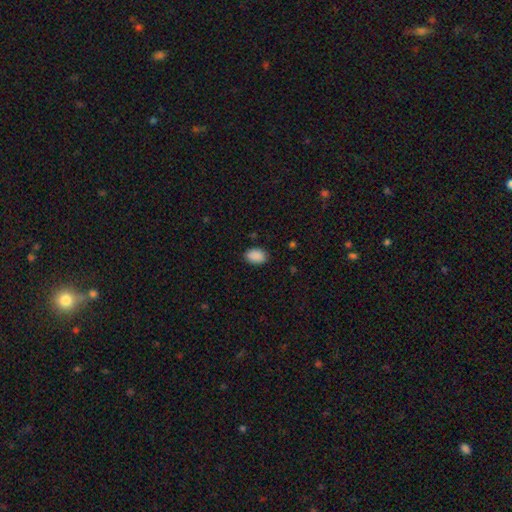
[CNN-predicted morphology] Smooth or featured?
  - smooth: 90% *
  - star or artifact: 7%
  - featured or disk: 3%
How rounded?
  - in between: 88% *
  - round: 11%
  - cigar-shaped: 1%
Merging?
  - none: 86% *
  - minor disturbance: 10%
  - major disturbance: 2%
  - merger: 1%